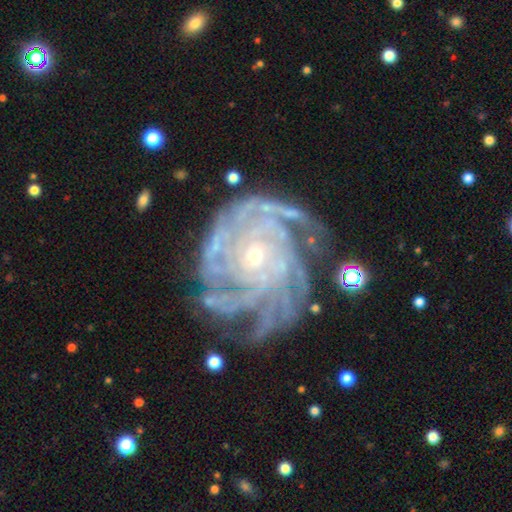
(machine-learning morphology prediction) The model was most divided on "spiral arm count": more than 4: 31%, 4: 23%, can't tell: 19%, 3: 11%, 2: 8%, 1: 8%. More confident: spiral arms — yes (98%); edge-on disk — no (98%); smooth or featured — featured or disk (91%); bar — no (76%); spiral winding — tight (76%); bulge size — small (75%); merging — none (67%).